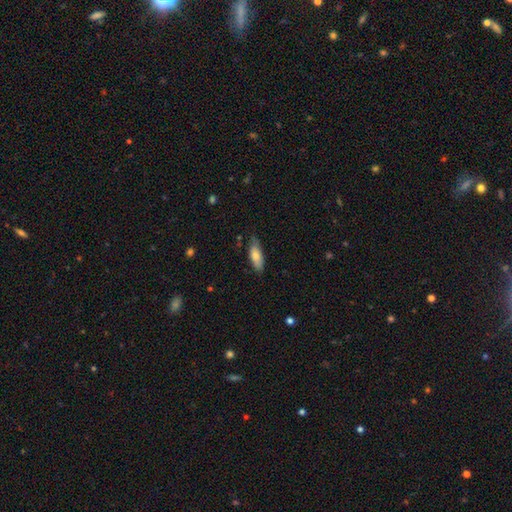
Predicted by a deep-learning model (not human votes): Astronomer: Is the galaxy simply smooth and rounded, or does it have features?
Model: smooth — 75%.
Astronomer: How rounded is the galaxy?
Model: in between — 66%.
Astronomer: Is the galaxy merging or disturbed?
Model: none — 72%.